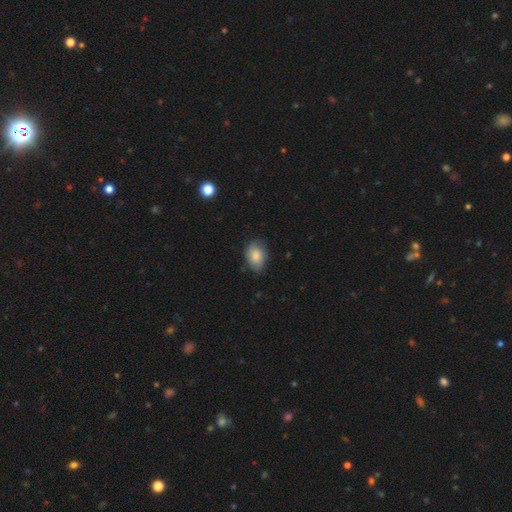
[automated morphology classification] Overall: smooth (79%). How rounded: in between (77%). Merging: none (67%).